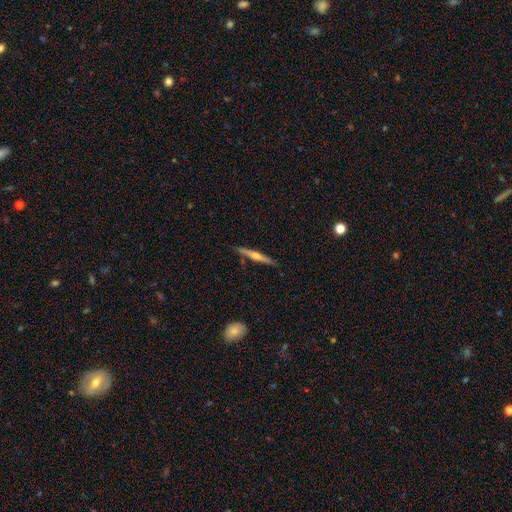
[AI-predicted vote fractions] A featured or disk galaxy (66%) viewed edge-on (97%) with a rounded central bulge (82%).

Vote fractions:
- Smooth or featured? featured or disk: 66% / smooth: 29% / star or artifact: 6%
- Edge-on disk? yes: 97% / no: 3%
- Edge-on bulge? rounded: 82% / none: 13% / boxy: 5%
- Merging? none: 87% / minor disturbance: 9% / merger: 2% / major disturbance: 2%